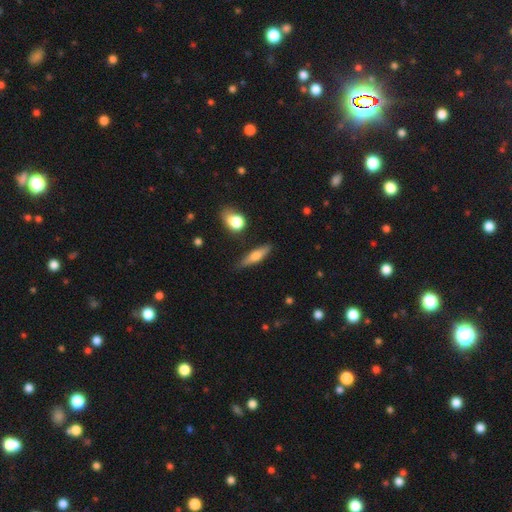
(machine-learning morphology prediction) Q: Smooth or featured?
A: smooth (55%); runner-up: featured or disk (38%)
Q: How rounded?
A: cigar-shaped (71%); runner-up: in between (26%)
Q: Merging?
A: none (82%); runner-up: minor disturbance (12%)